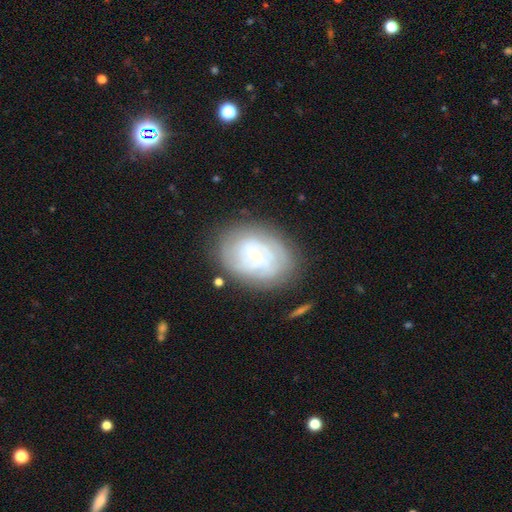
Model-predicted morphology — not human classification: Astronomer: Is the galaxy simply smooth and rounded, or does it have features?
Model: featured or disk — 73%.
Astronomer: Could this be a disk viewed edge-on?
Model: no — 97%.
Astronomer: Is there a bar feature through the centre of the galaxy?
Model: no — 55% (runner-up: weak, 36%).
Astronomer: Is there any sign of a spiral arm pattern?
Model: yes — 86%.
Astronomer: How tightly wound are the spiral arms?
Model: tight — 71%.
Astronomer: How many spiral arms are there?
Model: can't tell — 45% (runner-up: 2, 25%).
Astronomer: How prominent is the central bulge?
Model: small — 79%.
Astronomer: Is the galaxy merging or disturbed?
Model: none — 74%.